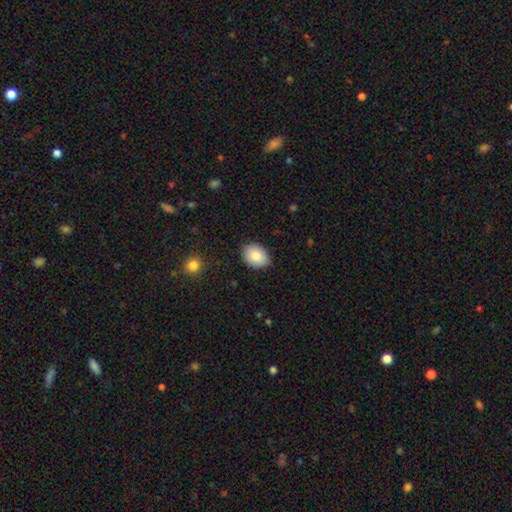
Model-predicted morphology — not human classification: The model was most divided on "how rounded": in between: 71%, round: 28%, cigar-shaped: 1%. More confident: merging — none (85%); smooth or featured — smooth (84%).